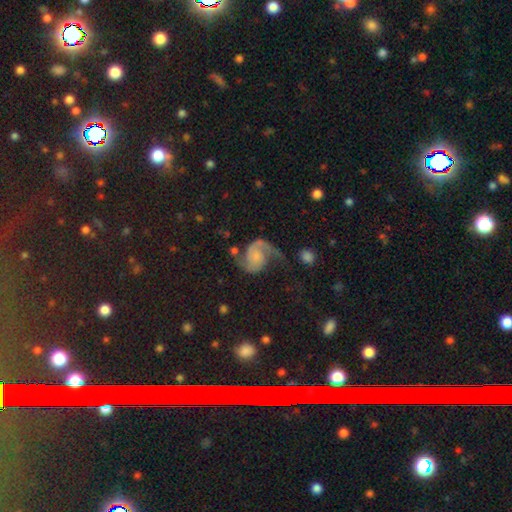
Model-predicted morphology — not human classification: This appears to be a featured or disk galaxy (85%) with no bar (70%), 2 (87%) medium (45%) spiral arms (97%) and a small central bulge (40%). Merging: none (52%).